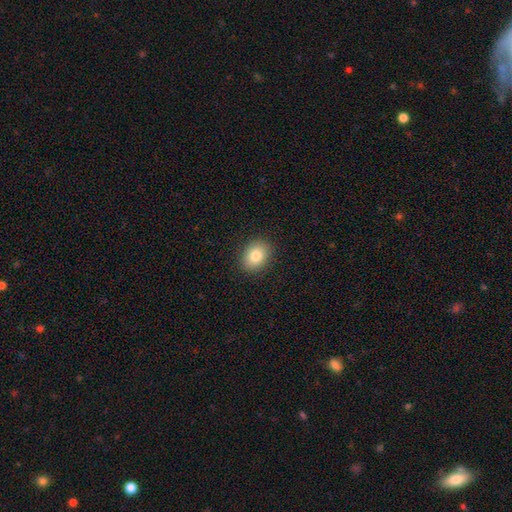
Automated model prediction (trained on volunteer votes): Smooth or featured? Predicted: smooth (p=0.83). How rounded? Predicted: in between (p=0.56). Merging? Predicted: none (p=0.89).